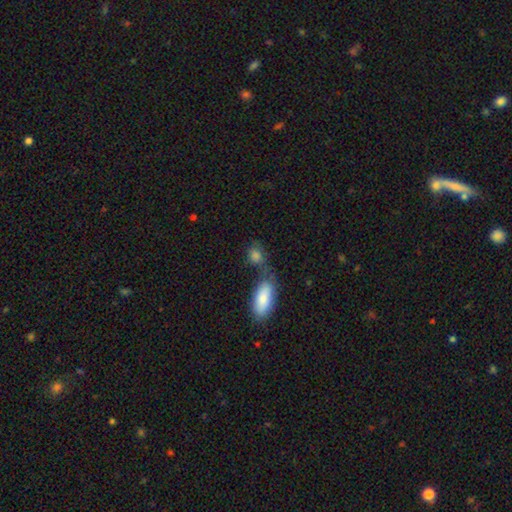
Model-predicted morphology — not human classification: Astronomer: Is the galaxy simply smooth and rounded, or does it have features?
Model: smooth — 82%.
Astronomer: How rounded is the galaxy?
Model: in between — 70%.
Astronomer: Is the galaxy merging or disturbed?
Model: none — 46% (runner-up: merger, 32%).